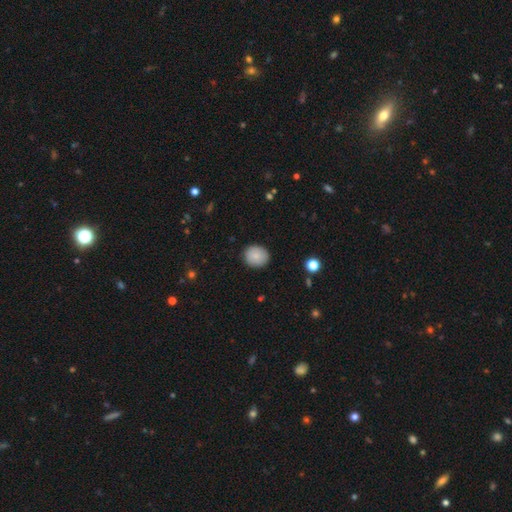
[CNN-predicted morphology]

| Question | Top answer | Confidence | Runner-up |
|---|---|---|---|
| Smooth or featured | smooth | 84% | star or artifact (8%) |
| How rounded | round | 78% | in between (21%) |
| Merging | none | 88% | minor disturbance (8%) |